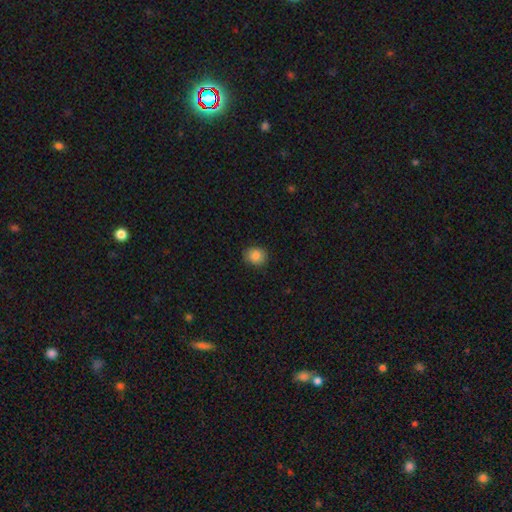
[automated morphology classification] smooth_or_featured: smooth (p=0.85) [alt: star or artifact p=0.09]
how_rounded: round (p=0.75) [alt: in between p=0.24]
merging: none (p=0.84) [alt: minor disturbance p=0.13]